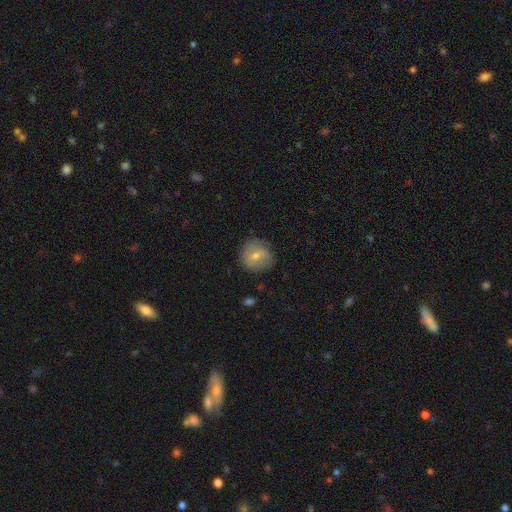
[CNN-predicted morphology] Smooth or featured: smooth — 58% (featured or disk — 34%)
How rounded: round — 87% (in between — 12%)
Merging: none — 76% (minor disturbance — 18%)